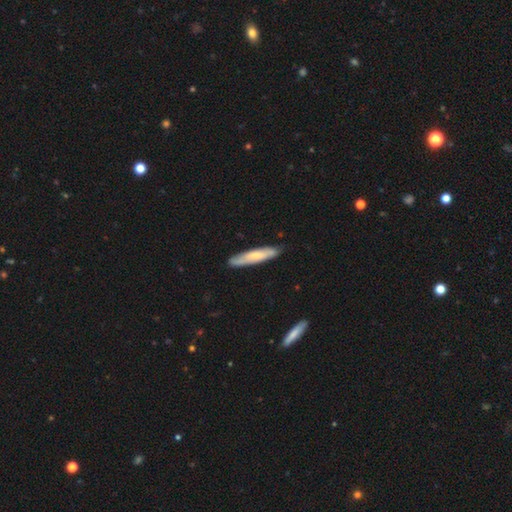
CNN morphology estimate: Q: Smooth or featured?
A: smooth (60%); runner-up: featured or disk (35%)
Q: How rounded?
A: cigar-shaped (86%); runner-up: in between (12%)
Q: Merging?
A: none (84%); runner-up: minor disturbance (12%)